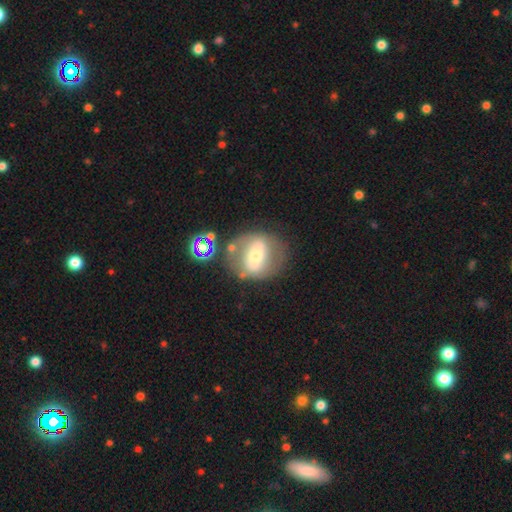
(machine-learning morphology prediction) The model was most divided on "bar": strong: 47%, weak: 31%, no: 23%. More confident: edge-on disk — no (92%); merging — none (65%); bulge size — moderate (60%); spiral arms — no (59%); smooth or featured — featured or disk (56%).